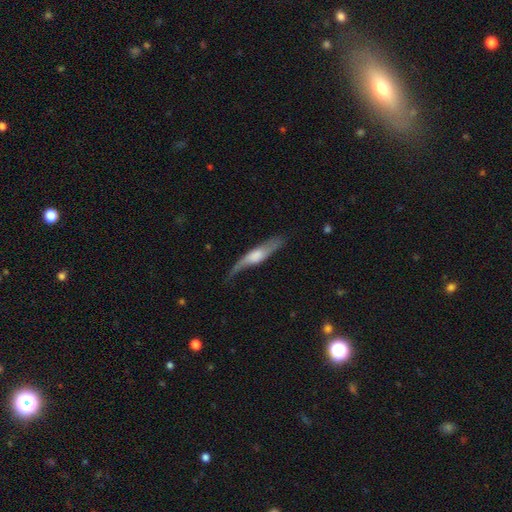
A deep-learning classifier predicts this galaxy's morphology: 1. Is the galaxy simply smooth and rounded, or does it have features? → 56% featured or disk, 39% smooth, 5% star or artifact.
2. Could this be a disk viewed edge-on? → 68% yes, 32% no.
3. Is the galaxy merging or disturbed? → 58% none, 28% minor disturbance, 12% major disturbance, 3% merger.